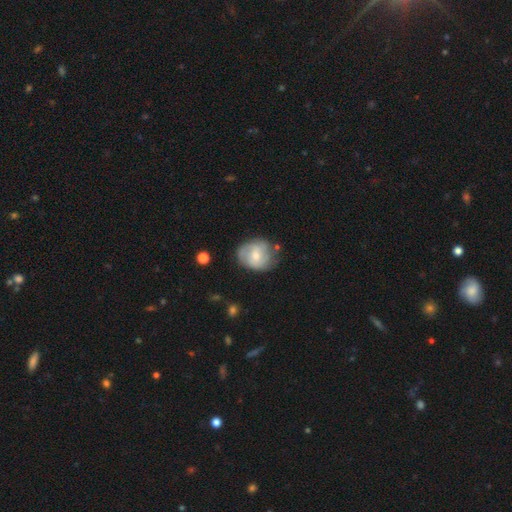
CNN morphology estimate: A featured or disk galaxy (50%).

Vote fractions:
- Smooth or featured? featured or disk: 50% / smooth: 43% / star or artifact: 7%
- Merging? none: 62% / minor disturbance: 25% / major disturbance: 9% / merger: 4%